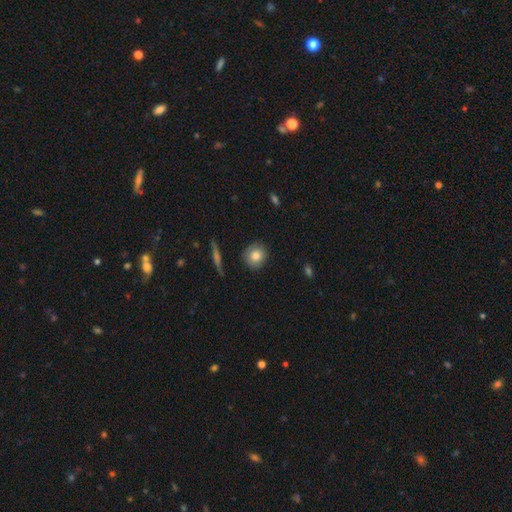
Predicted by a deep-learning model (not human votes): Q: Smooth or featured?
A: smooth (81%); runner-up: featured or disk (11%)
Q: How rounded?
A: round (87%); runner-up: in between (12%)
Q: Merging?
A: none (87%); runner-up: minor disturbance (9%)